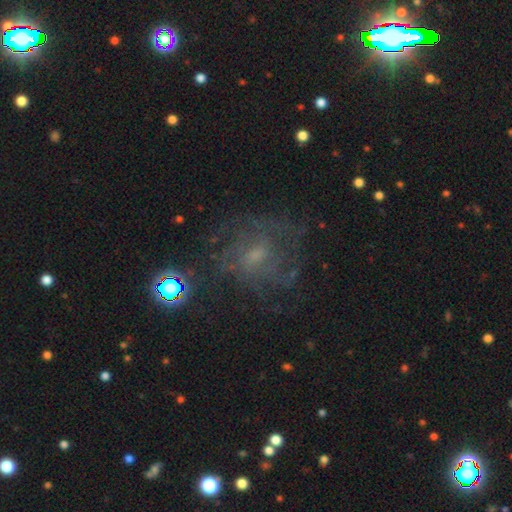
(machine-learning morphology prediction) This is possibly a featured or disk galaxy (58%). It is clearly not viewed edge-on (97%). Bar: possibly no (57%). Spiral arm pattern: likely yes (71%). Central bulge: marginally small (45%). Merging: likely none (63%).